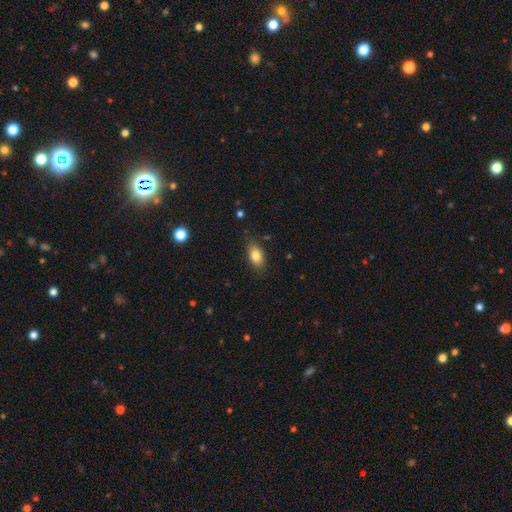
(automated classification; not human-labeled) smooth_or_featured: smooth (p=0.83) [alt: featured or disk p=0.08]
how_rounded: in between (p=0.88) [alt: round p=0.08]
merging: none (p=0.82) [alt: minor disturbance p=0.14]